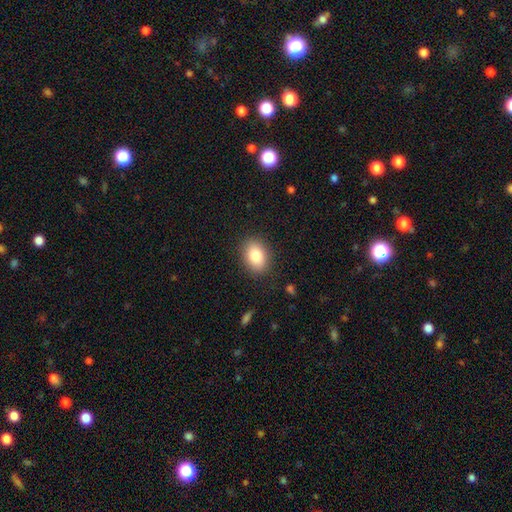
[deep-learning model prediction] The model was most divided on "how rounded": in between: 76%, round: 23%, cigar-shaped: 1%. More confident: merging — none (87%); smooth or featured — smooth (83%).